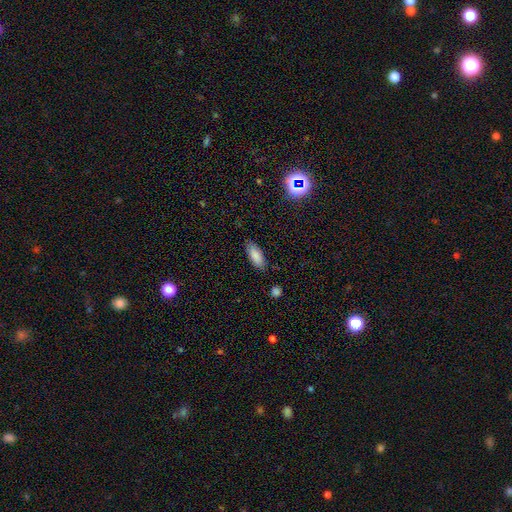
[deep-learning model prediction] This is clearly a smooth galaxy (86%). How rounded: likely in between (80%). Merging: clearly none (83%).